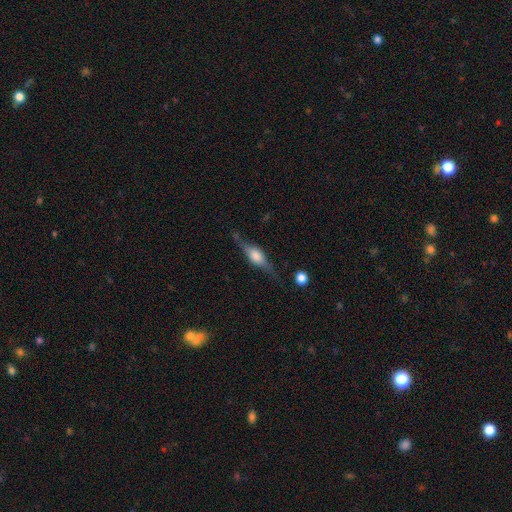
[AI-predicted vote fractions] A featured or disk galaxy (65%) viewed edge-on (93%) with a rounded central bulge (80%). Merging: none (71%).